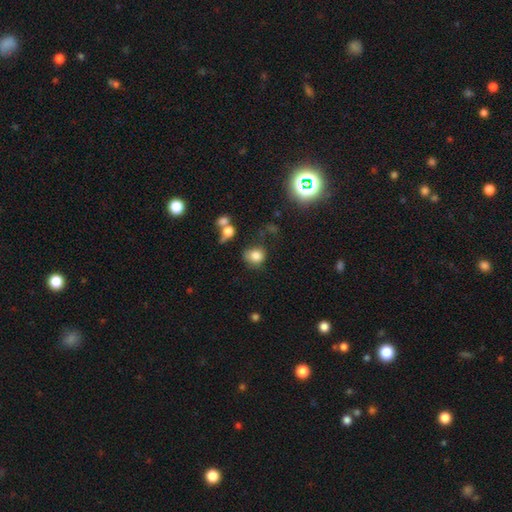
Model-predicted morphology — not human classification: Smooth or featured: smooth — 80% (star or artifact — 13%)
How rounded: round — 68% (in between — 30%)
Merging: none — 58% (minor disturbance — 24%)